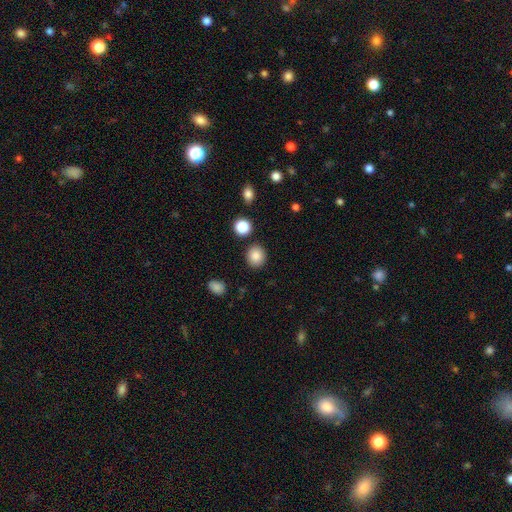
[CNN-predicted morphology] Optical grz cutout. It shows a smooth galaxy with no disk features (86%) that is round (75%). Merging: none (87%).